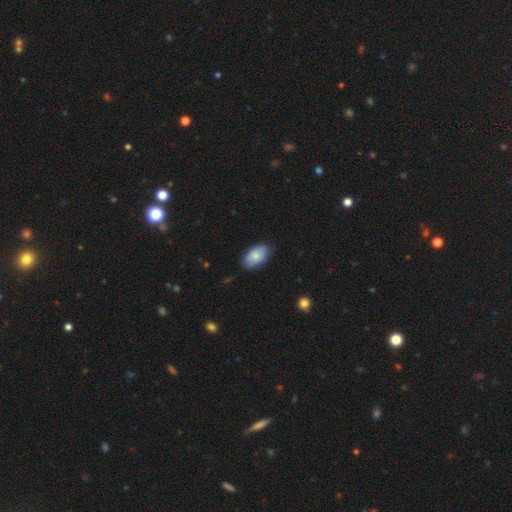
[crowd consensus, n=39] Smooth or featured?
  - smooth: 79% *
  - featured or disk: 13%
  - star or artifact: 8%
How rounded?
  - in between: 90% *
  - round: 10%
  - cigar-shaped: 0%
Merging?
  - none: 81% *
  - minor disturbance: 19%
  - major disturbance: 0%
  - merger: 0%